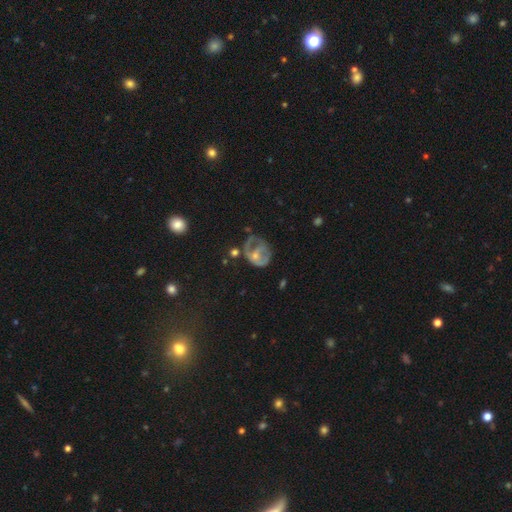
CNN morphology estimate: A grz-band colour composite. It shows a featured or disk galaxy (60%) with no bar (60%), no spiral arms (53%) and a small central bulge (52%). Merging: none (37%).